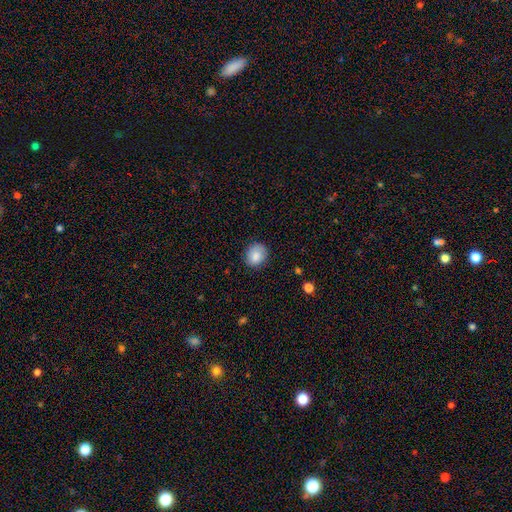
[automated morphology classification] Smooth or featured? Predicted: smooth (p=0.85). How rounded? Predicted: round (p=0.74). Merging? Predicted: none (p=0.84).